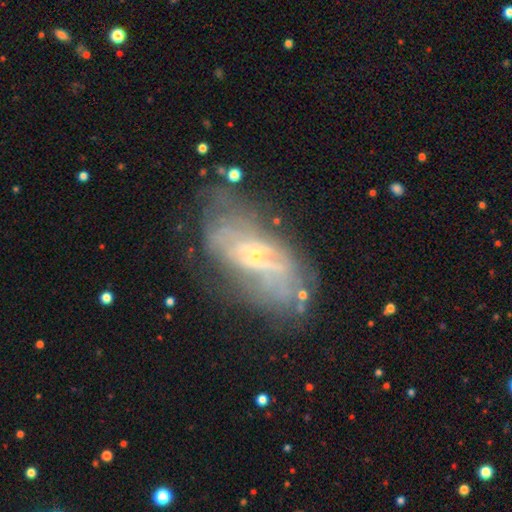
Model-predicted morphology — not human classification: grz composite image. It shows a featured or disk galaxy (63%) with no bar (64%), no spiral arms (60%) and a small central bulge (76%). Merging: none (48%).